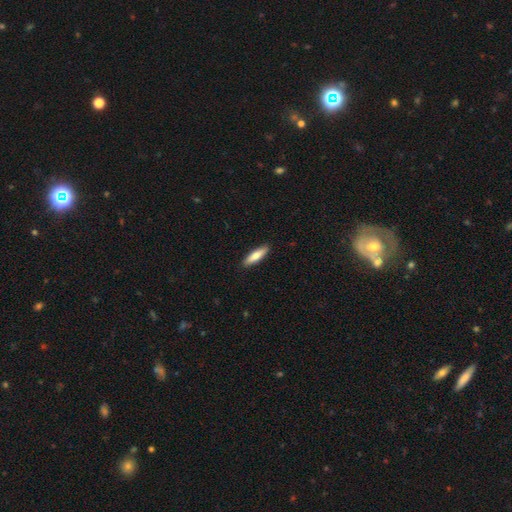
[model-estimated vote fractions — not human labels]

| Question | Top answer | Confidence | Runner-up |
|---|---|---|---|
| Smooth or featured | smooth | 73% | featured or disk (21%) |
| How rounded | cigar-shaped | 70% | in between (28%) |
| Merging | none | 90% | minor disturbance (8%) |